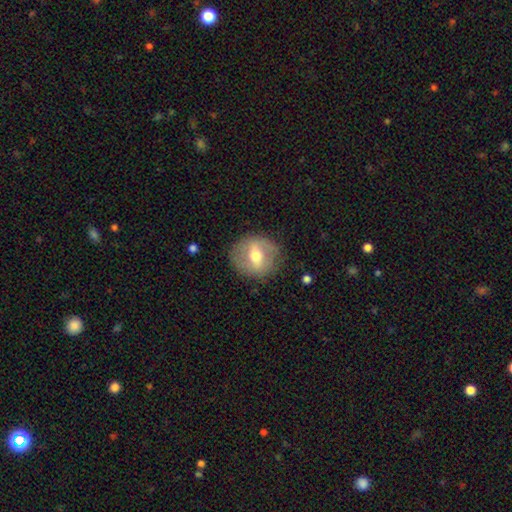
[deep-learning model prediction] Smooth or featured? featured or disk (53%)
Edge-on disk? no (87%)
Merging? none (83%)